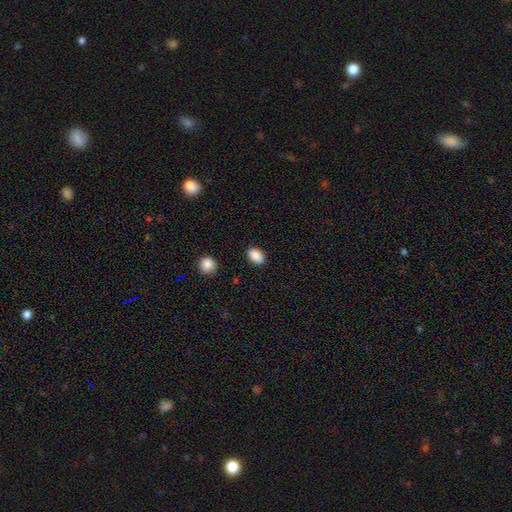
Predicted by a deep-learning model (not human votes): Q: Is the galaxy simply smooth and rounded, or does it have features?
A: smooth — 89%.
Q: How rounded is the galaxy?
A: in between — 82%.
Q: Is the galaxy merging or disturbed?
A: none — 88%.